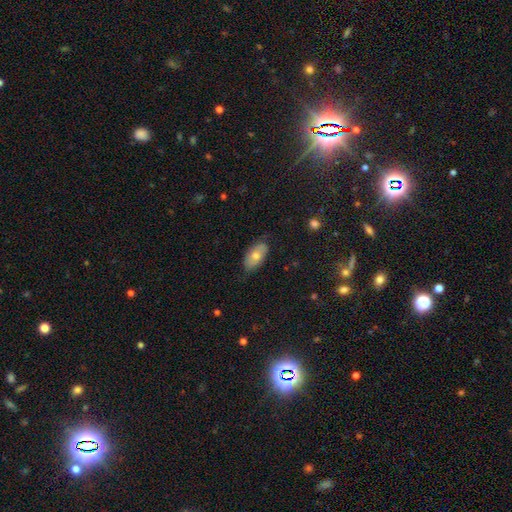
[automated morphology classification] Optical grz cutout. It shows a smooth galaxy with no disk features (64%) that is in between round and cigar-shaped (93%). Merging: none (78%).